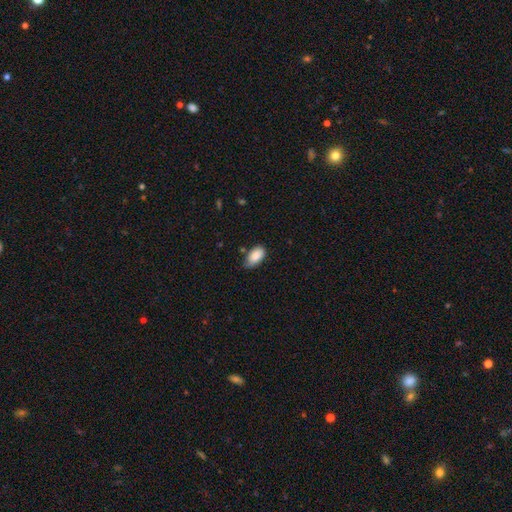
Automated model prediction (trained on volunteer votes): This appears to be a smooth galaxy with no disk features (86%) that is in between round and cigar-shaped (94%). Merging: none (61%).